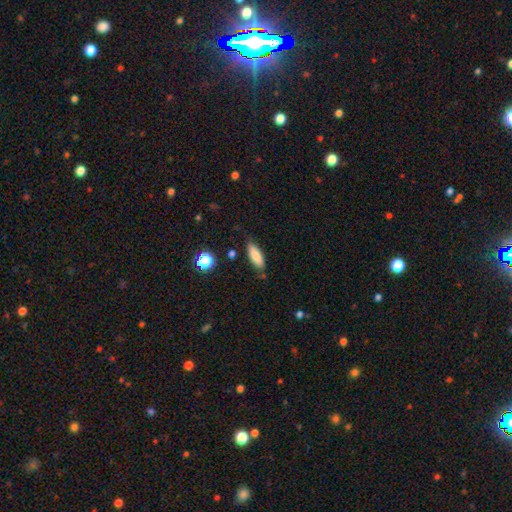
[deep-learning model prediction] Smooth or featured? smooth (83%)
How rounded? in between (62%)
Merging? none (77%)